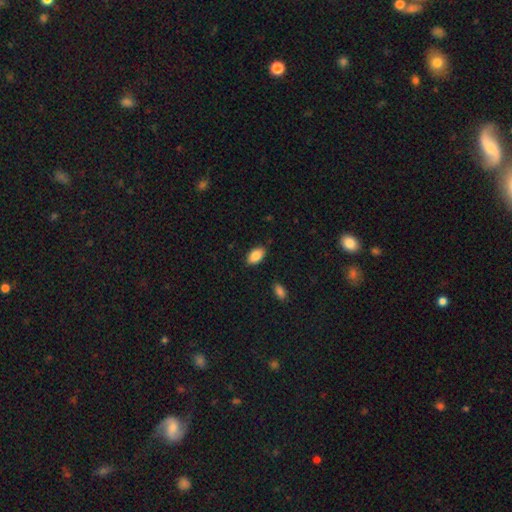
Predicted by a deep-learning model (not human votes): Q: Smooth or featured?
A: smooth (87%); runner-up: star or artifact (7%)
Q: How rounded?
A: in between (93%); runner-up: round (5%)
Q: Merging?
A: none (85%); runner-up: minor disturbance (11%)